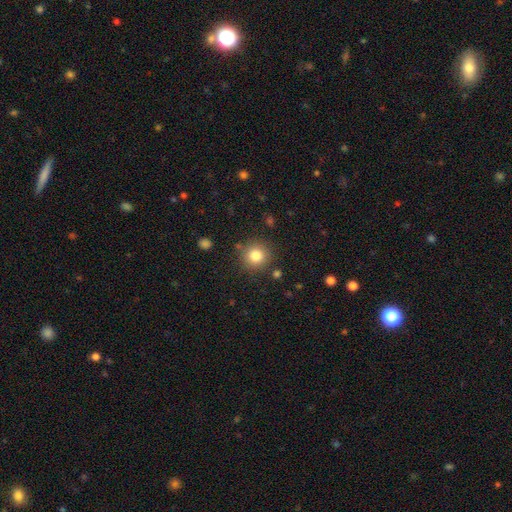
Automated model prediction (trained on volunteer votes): A smooth galaxy with no disk features (81%) that is round (93%). Merging: none (85%).